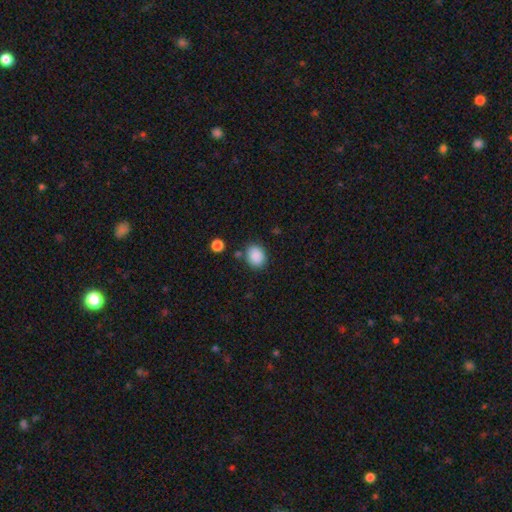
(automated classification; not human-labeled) smooth_or_featured: smooth (p=0.88) [alt: star or artifact p=0.09]
how_rounded: in between (p=0.51) [alt: round p=0.48]
merging: none (p=0.80) [alt: minor disturbance p=0.11]